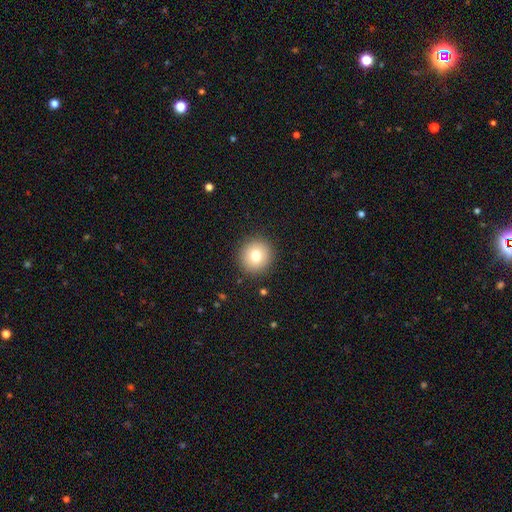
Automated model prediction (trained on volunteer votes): A smooth galaxy with no disk features (76%) that is round (93%).

Vote fractions:
- Smooth or featured? smooth: 76% / featured or disk: 12% / star or artifact: 11%
- How rounded? round: 93% / in between: 7% / cigar-shaped: 1%
- Merging? none: 91% / minor disturbance: 6% / major disturbance: 2% / merger: 1%